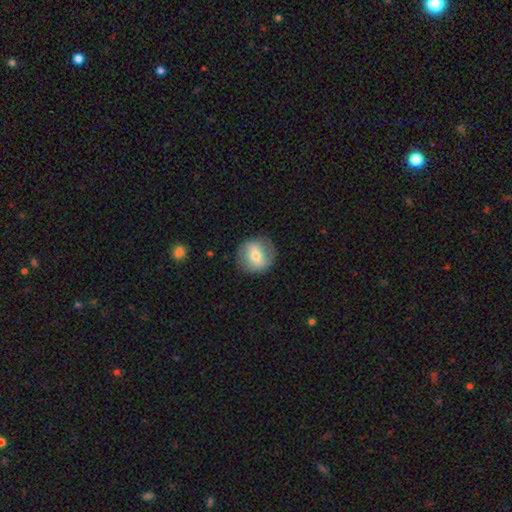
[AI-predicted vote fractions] smooth 48%, featured or disk 45%, star or artifact 7%. Down the decision tree: merging — none (82%).